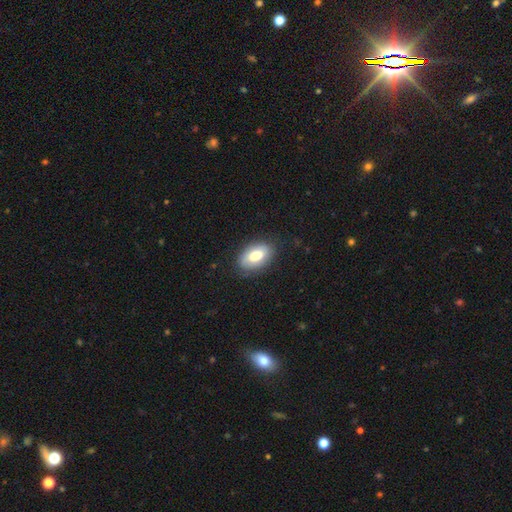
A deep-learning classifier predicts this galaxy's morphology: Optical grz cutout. It shows a smooth galaxy with no disk features (77%) that is in between round and cigar-shaped (93%). Merging: none (80%).